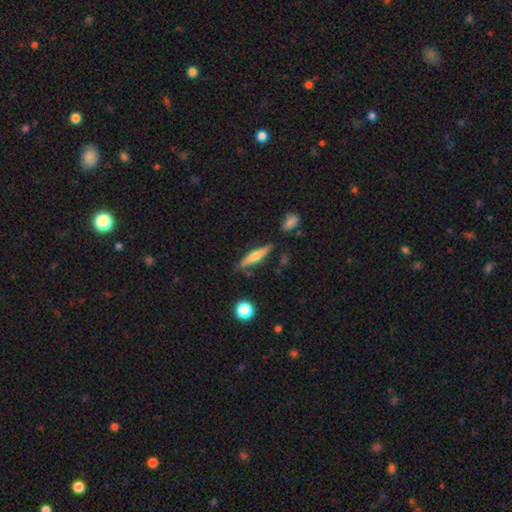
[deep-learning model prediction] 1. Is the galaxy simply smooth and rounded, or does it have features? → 48% featured or disk, 45% smooth, 7% star or artifact.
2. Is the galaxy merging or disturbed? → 79% none, 13% minor disturbance, 5% merger, 3% major disturbance.